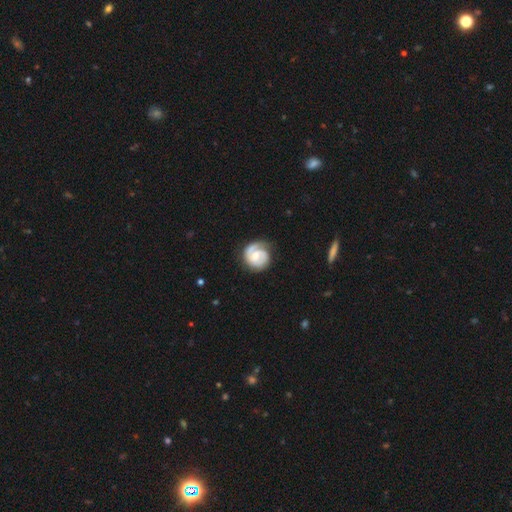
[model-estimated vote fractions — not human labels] Smooth or featured? Predicted: featured or disk (p=0.80). Edge-on disk? Predicted: no (p=0.98). Bar? Predicted: no (p=0.55). Spiral arms? Predicted: yes (p=0.95). Spiral winding? Predicted: tight (p=0.58). Spiral arm count? Predicted: 2 (p=0.50). Bulge size? Predicted: moderate (p=0.54). Merging? Predicted: none (p=0.71).